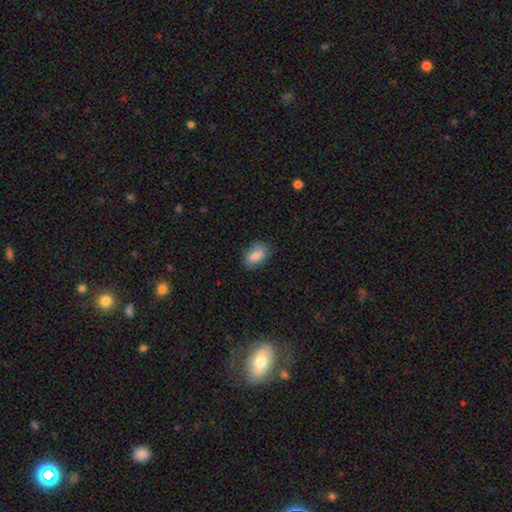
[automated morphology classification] Q: Smooth or featured?
A: smooth (83%); runner-up: featured or disk (9%)
Q: How rounded?
A: in between (88%); runner-up: round (9%)
Q: Merging?
A: none (77%); runner-up: minor disturbance (18%)